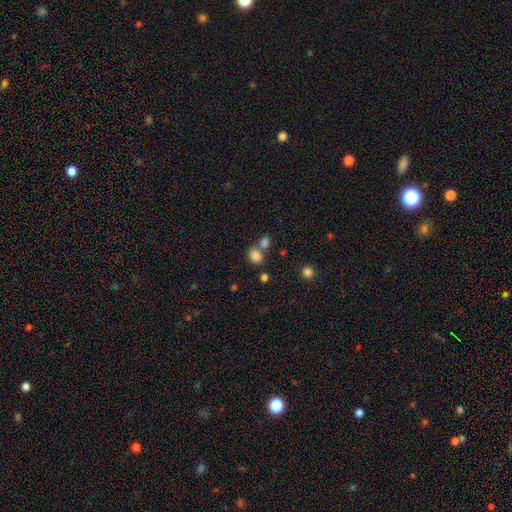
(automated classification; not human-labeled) Morphology: type=smooth (82%); roundness=round (52%); merging=none (51%).